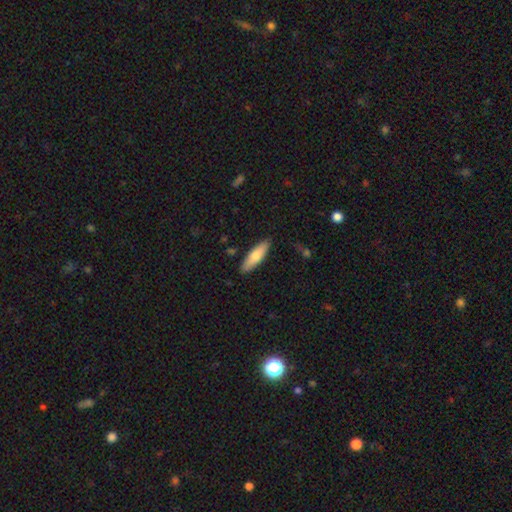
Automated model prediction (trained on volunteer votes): smooth_or_featured: smooth (p=0.71) [alt: featured or disk p=0.24]
how_rounded: cigar-shaped (p=0.56) [alt: in between p=0.42]
merging: none (p=0.88) [alt: minor disturbance p=0.09]